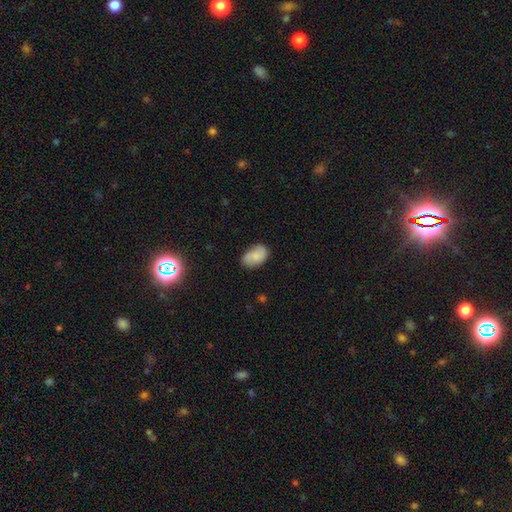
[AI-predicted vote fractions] The model was most divided on "merging": none: 72%, minor disturbance: 22%, major disturbance: 4%, merger: 2%. More confident: how rounded — in between (92%); smooth or featured — smooth (79%).